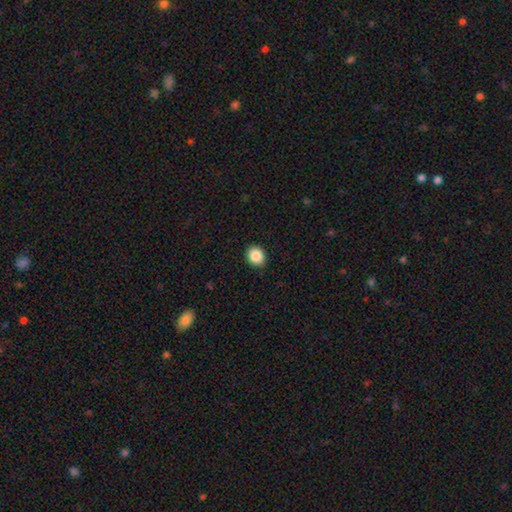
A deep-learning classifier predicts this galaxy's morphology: A smooth galaxy with no disk features (87%) that is round (71%).

Vote fractions:
- Smooth or featured? smooth: 87% / star or artifact: 9% / featured or disk: 4%
- How rounded? round: 71% / in between: 28% / cigar-shaped: 1%
- Merging? none: 90% / minor disturbance: 8% / major disturbance: 2% / merger: 1%